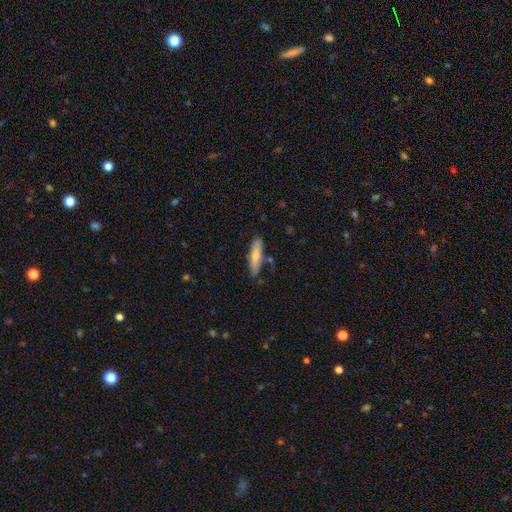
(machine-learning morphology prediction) smooth 68%, featured or disk 26%, star or artifact 6%. Down the decision tree: how rounded — cigar-shaped (70%); merging — none (77%).